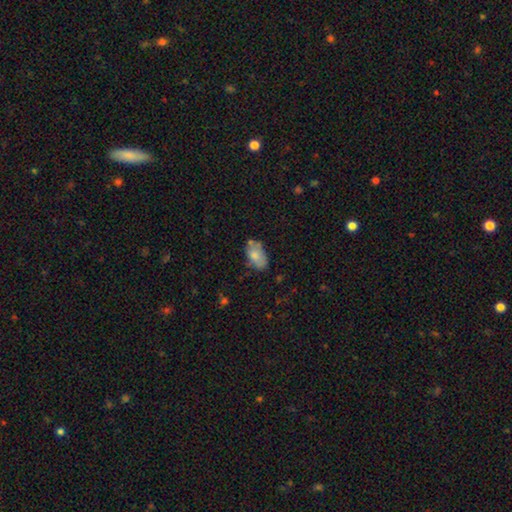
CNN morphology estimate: type=smooth (74%); roundness=in between (92%); merging=none (56%).